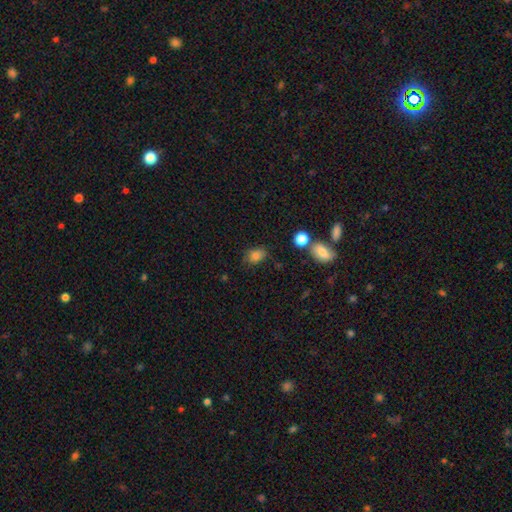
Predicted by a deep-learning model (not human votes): A smooth galaxy with no disk features (81%) that is in between round and cigar-shaped (72%). Merging: none (66%).